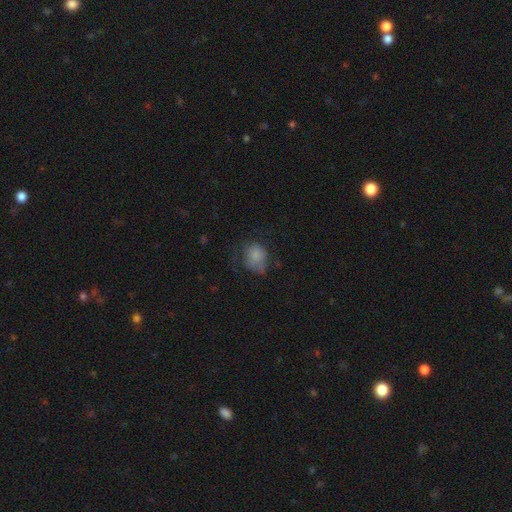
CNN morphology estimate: smooth 75%, featured or disk 13%, star or artifact 11%. Down the decision tree: how rounded — in between (53%); merging — none (39%).